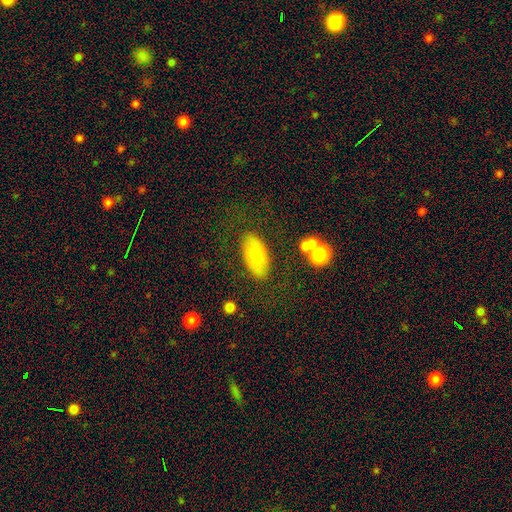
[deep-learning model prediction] smooth 68%, featured or disk 25%, star or artifact 7%. Down the decision tree: how rounded — in between (92%); merging — none (81%).